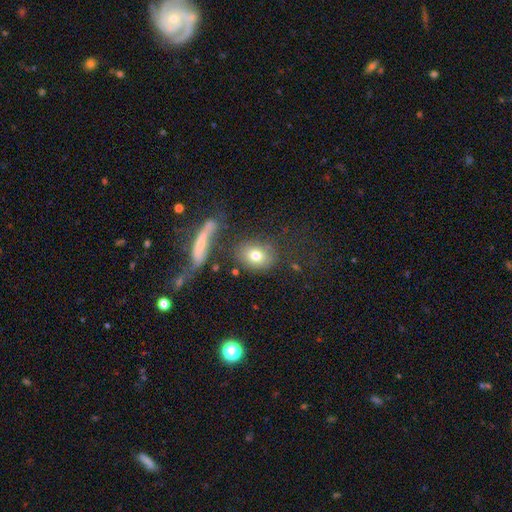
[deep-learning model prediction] Smooth or featured? Predicted: smooth (p=0.76). How rounded? Predicted: in between (p=0.59). Merging? Predicted: none (p=0.70).